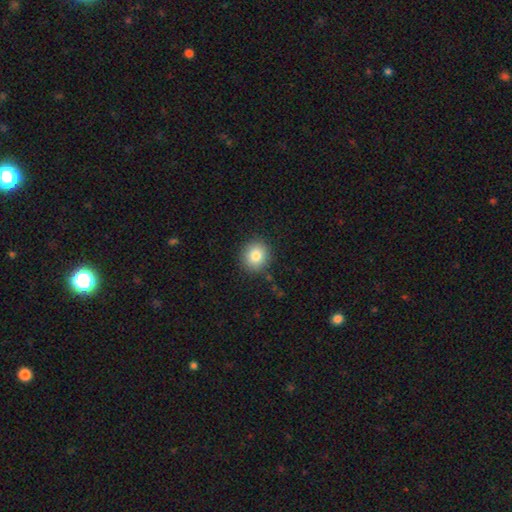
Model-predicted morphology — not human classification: smooth 83%, star or artifact 10%, featured or disk 7%. Down the decision tree: how rounded — round (87%); merging — none (88%).